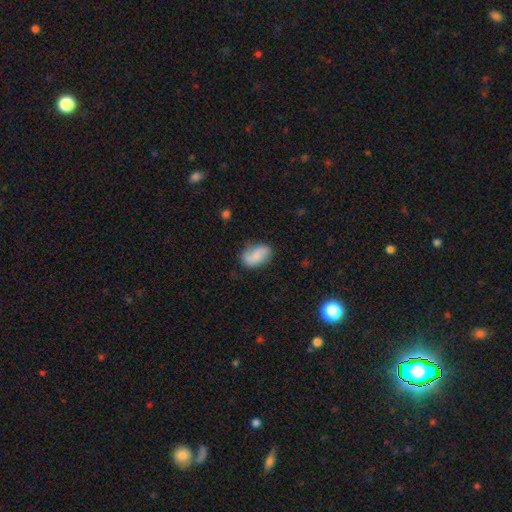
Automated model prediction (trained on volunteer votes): This is likely a smooth galaxy (68%). How rounded: clearly in between (90%). Merging: likely none (68%).